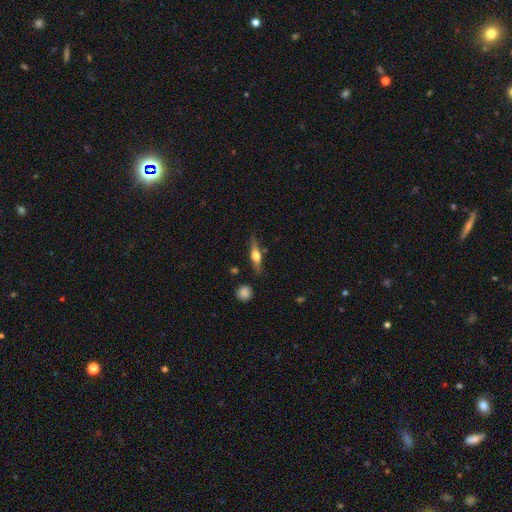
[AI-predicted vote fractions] Smooth or featured? featured or disk (62%)
Edge-on disk? yes (95%)
Edge-on bulge? rounded (93%)
Merging? none (82%)